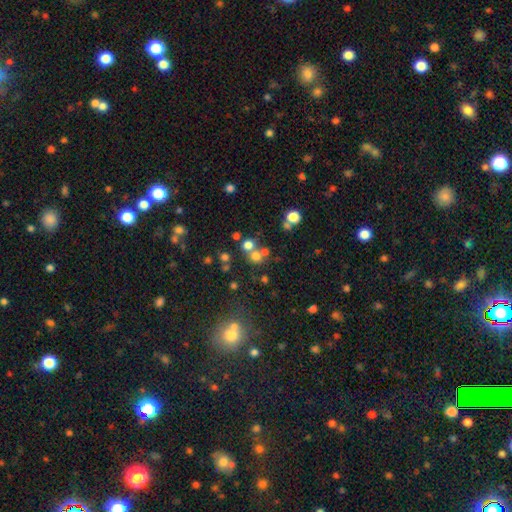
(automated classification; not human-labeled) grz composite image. It shows a smooth galaxy with no disk features (63%) that is round (87%). Merging: none (54%).